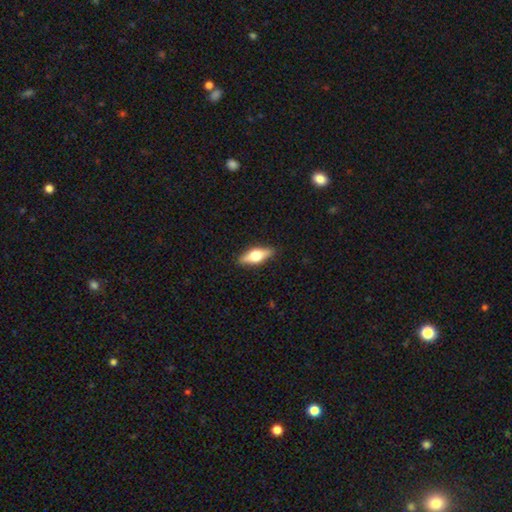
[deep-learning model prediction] This is possibly a featured or disk galaxy (51%). It is clearly viewed edge-on (93%). Merging: clearly none (89%).